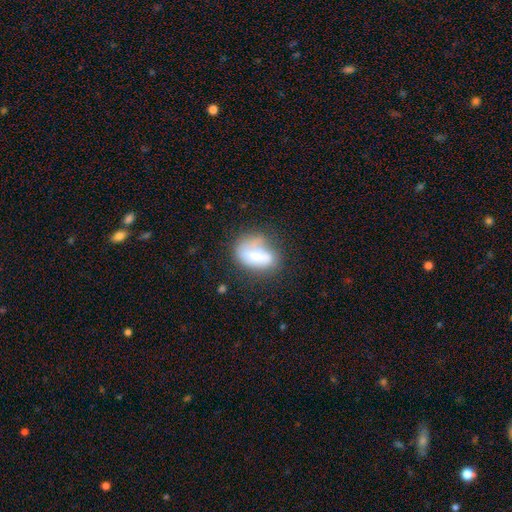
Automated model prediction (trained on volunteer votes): Smooth or featured? Predicted: smooth (p=0.55). How rounded? Predicted: in between (p=0.77). Merging? Predicted: none (p=0.51).